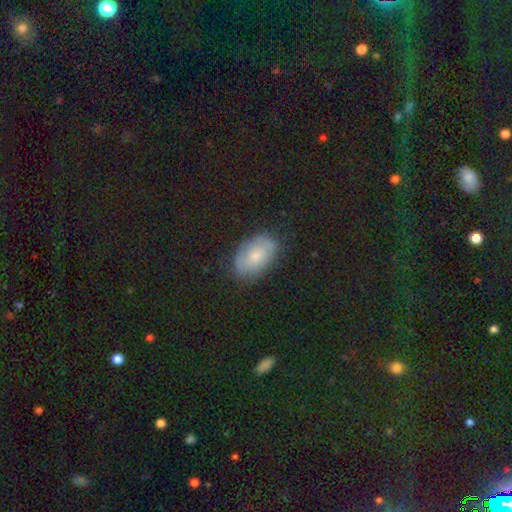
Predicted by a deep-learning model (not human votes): A smooth galaxy with no disk features (60%) that is in between round and cigar-shaped (90%).

Vote fractions:
- Smooth or featured? smooth: 60% / featured or disk: 26% / star or artifact: 14%
- How rounded? in between: 90% / round: 8% / cigar-shaped: 2%
- Merging? none: 78% / minor disturbance: 17% / major disturbance: 4% / merger: 1%